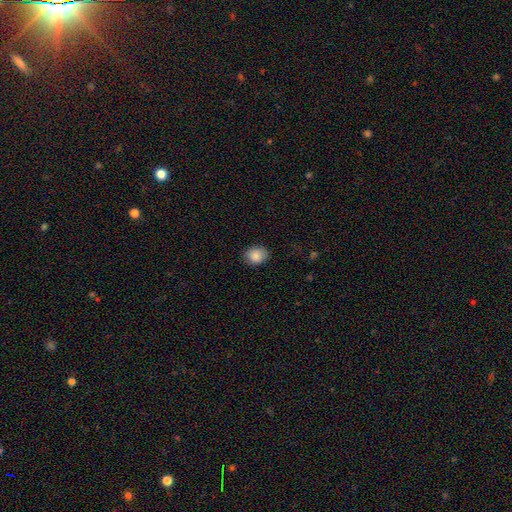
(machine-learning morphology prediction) smooth-or-featured: smooth: 87% | star or artifact: 8% | featured or disk: 4%
  how-rounded: round: 61% | in between: 39% | cigar-shaped: 1%
  merging: none: 85% | minor disturbance: 11% | major disturbance: 3% | merger: 1%